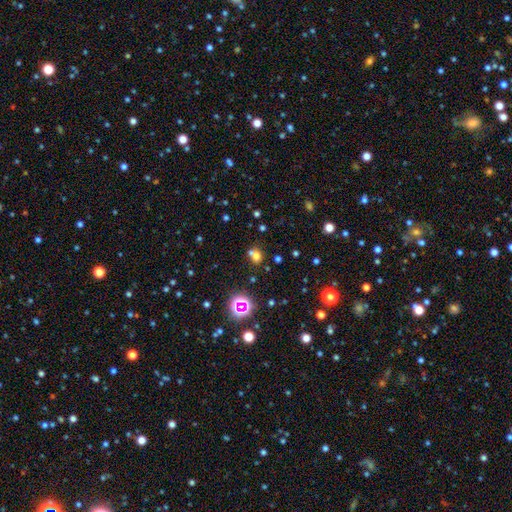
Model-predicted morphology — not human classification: smooth_or_featured: smooth (p=0.62) [alt: star or artifact p=0.26]
how_rounded: round (p=0.70) [alt: in between p=0.29]
merging: none (p=0.45) [alt: merger p=0.42]